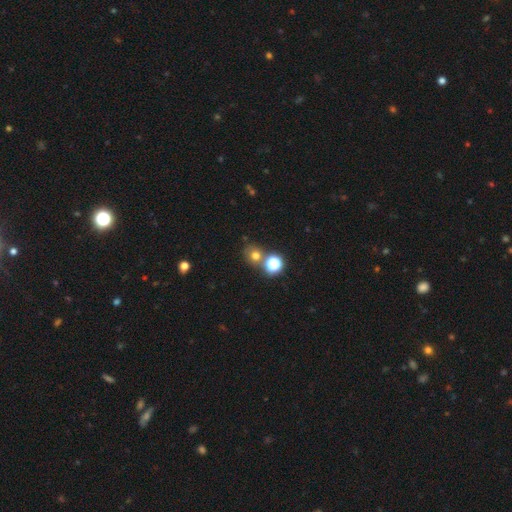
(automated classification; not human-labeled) Smooth or featured?
  - smooth: 65% *
  - star or artifact: 25%
  - featured or disk: 9%
How rounded?
  - round: 80% *
  - in between: 19%
  - cigar-shaped: 1%
Merging?
  - none: 64% *
  - merger: 23%
  - minor disturbance: 9%
  - major disturbance: 4%